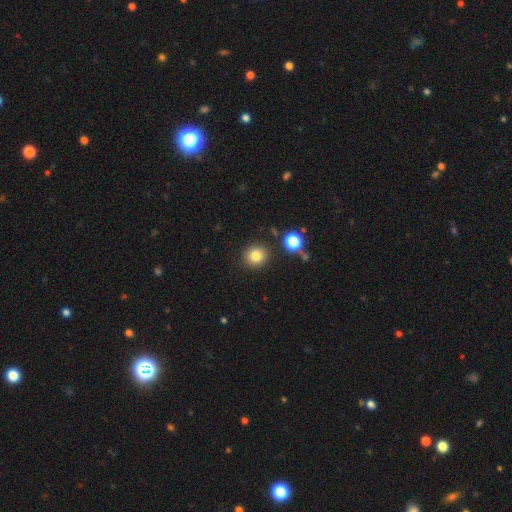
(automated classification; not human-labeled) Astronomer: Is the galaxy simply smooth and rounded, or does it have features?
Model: smooth — 82%.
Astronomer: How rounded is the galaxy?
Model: round — 89%.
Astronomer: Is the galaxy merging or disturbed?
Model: none — 87%.